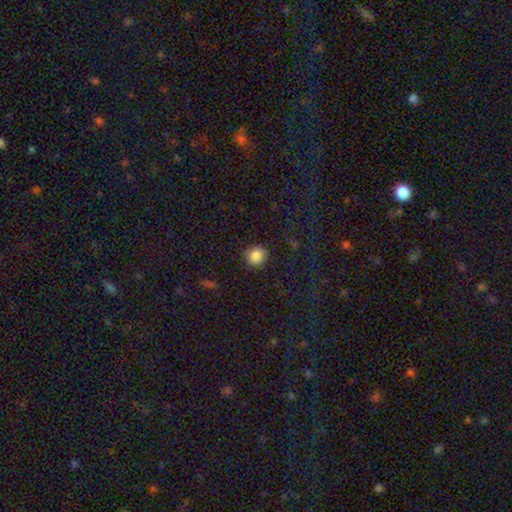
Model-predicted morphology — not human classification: smooth-or-featured: smooth: 85% | star or artifact: 10% | featured or disk: 5%
  how-rounded: round: 91% | in between: 8% | cigar-shaped: 1%
  merging: none: 89% | minor disturbance: 8% | major disturbance: 2% | merger: 1%